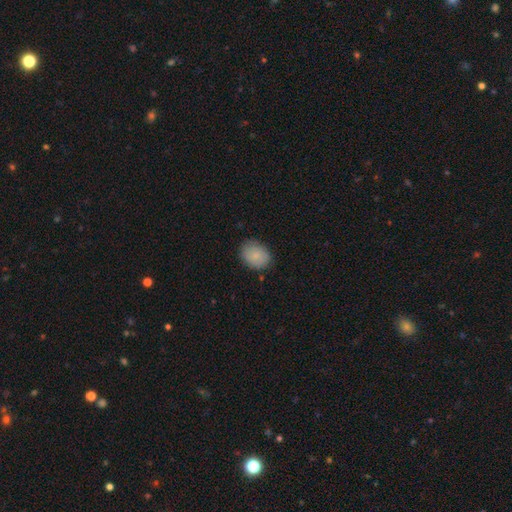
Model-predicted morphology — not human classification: This is clearly a smooth galaxy (84%). How rounded: possibly in between (54%). Merging: clearly none (81%).